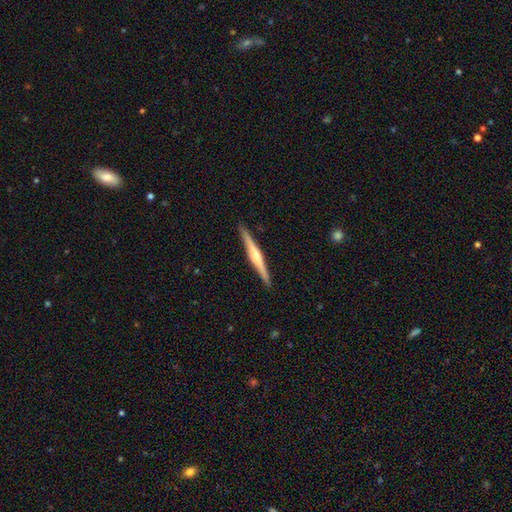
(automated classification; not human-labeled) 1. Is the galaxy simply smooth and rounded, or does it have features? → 70% featured or disk, 25% smooth, 5% star or artifact.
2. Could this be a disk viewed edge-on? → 98% yes, 2% no.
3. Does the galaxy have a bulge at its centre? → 74% rounded, 14% none, 11% boxy.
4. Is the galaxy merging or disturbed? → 92% none, 6% minor disturbance, 1% major disturbance, 1% merger.